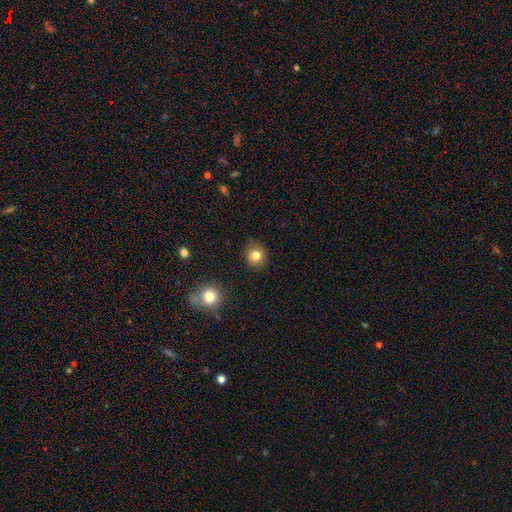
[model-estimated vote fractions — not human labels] Smooth or featured? smooth (82%)
How rounded? round (85%)
Merging? none (86%)